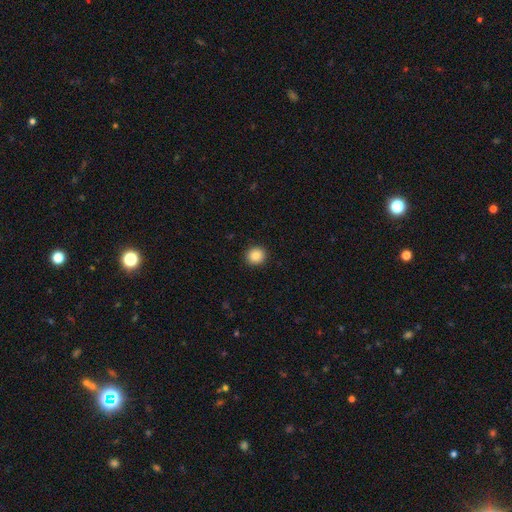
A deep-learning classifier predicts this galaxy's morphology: This is clearly a smooth galaxy (87%). How rounded: clearly round (89%). Merging: clearly none (93%).